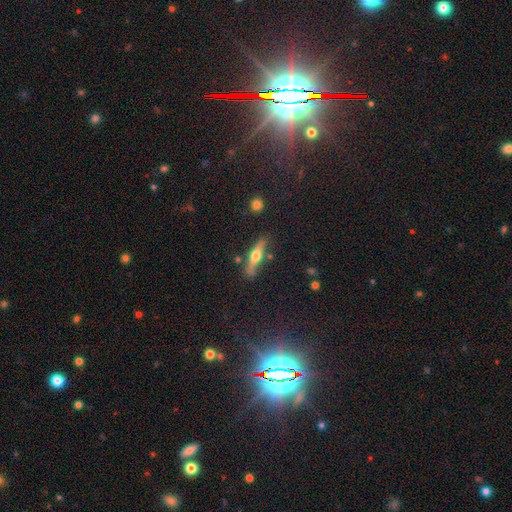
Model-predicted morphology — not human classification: Smooth or featured: featured or disk — 58% (smooth — 36%)
Edge-on disk: yes — 93% (no — 7%)
Edge-on bulge: rounded — 93% (boxy — 4%)
Merging: none — 77% (minor disturbance — 15%)